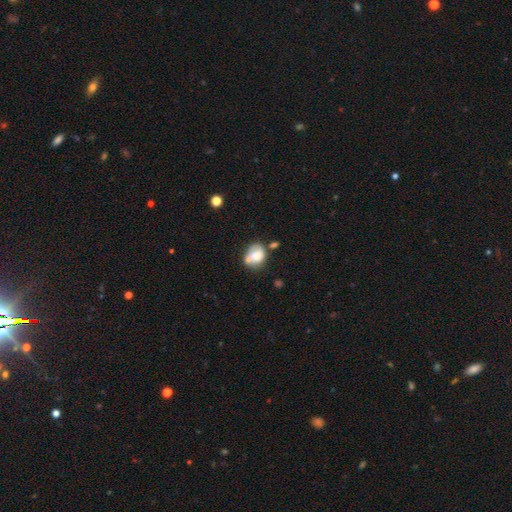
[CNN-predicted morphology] smooth_or_featured: smooth (p=0.66) [alt: featured or disk p=0.25]
how_rounded: in between (p=0.58) [alt: round p=0.41]
merging: none (p=0.33) [alt: merger p=0.28]